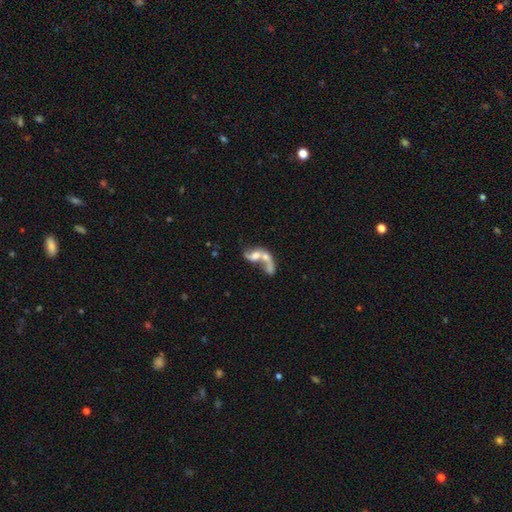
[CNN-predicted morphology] This appears to be a featured or disk galaxy (52%). Merging: merger (72%).